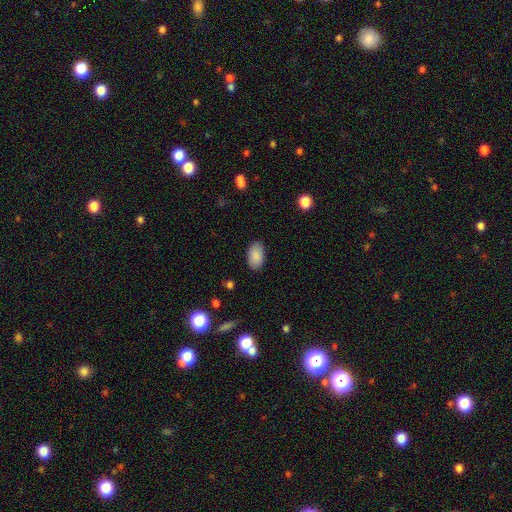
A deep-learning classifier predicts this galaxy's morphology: Overall: smooth (89%). How rounded: in between (93%). Merging: none (85%).